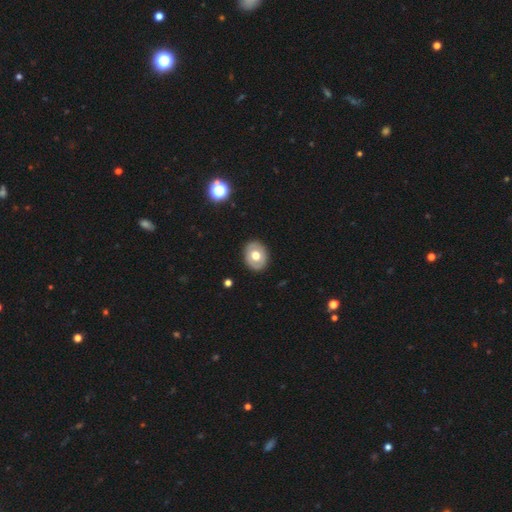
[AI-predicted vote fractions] Smooth or featured? smooth (60%)
How rounded? in between (52%)
Merging? none (88%)